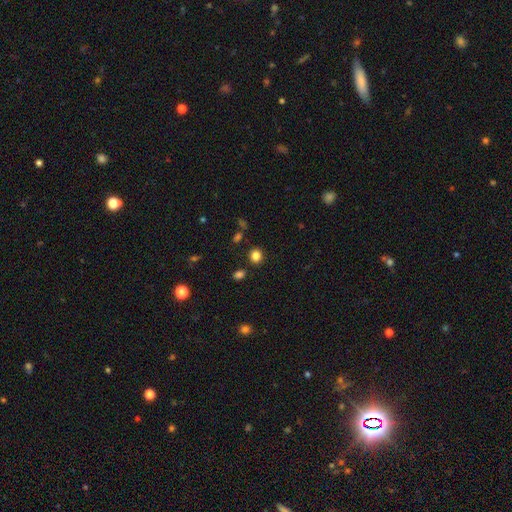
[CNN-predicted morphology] Smooth or featured?
  - smooth: 82% *
  - star or artifact: 13%
  - featured or disk: 5%
How rounded?
  - round: 77% *
  - in between: 22%
  - cigar-shaped: 1%
Merging?
  - none: 86% *
  - minor disturbance: 7%
  - merger: 4%
  - major disturbance: 3%